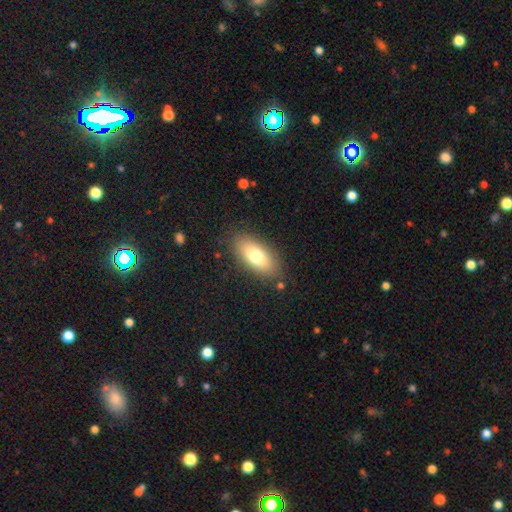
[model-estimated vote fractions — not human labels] Smooth or featured? Predicted: smooth (p=0.75). How rounded? Predicted: in between (p=0.87). Merging? Predicted: none (p=0.84).